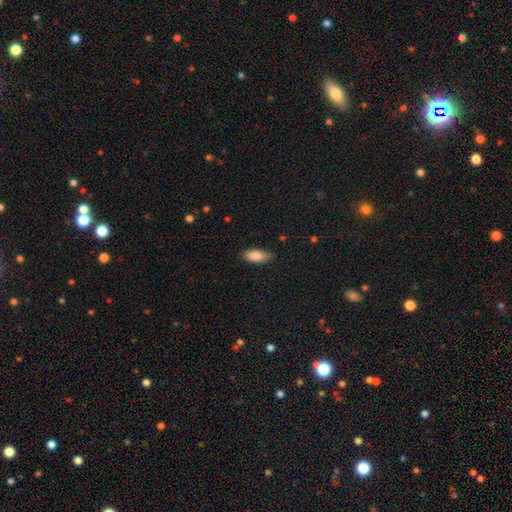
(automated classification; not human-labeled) smooth_or_featured: smooth (p=0.86) [alt: featured or disk p=0.07]
how_rounded: in between (p=0.84) [alt: cigar-shaped p=0.14]
merging: none (p=0.78) [alt: minor disturbance p=0.18]